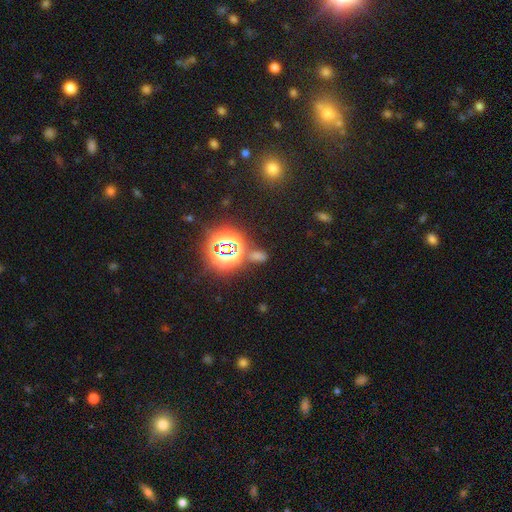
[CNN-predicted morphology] Smooth or featured? Predicted: star or artifact (p=0.61).